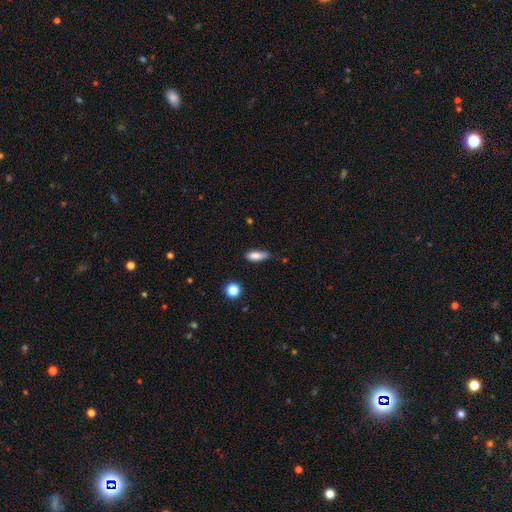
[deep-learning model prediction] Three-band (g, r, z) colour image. It shows a smooth galaxy with no disk features (82%) that is in between round and cigar-shaped (69%). Merging: none (66%).